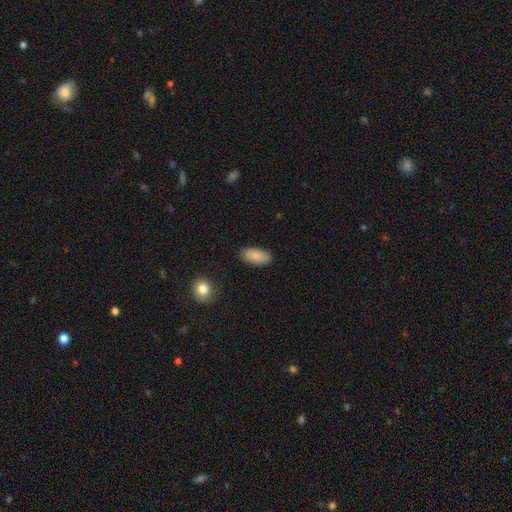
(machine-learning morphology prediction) A smooth galaxy with no disk features (86%) that is in between round and cigar-shaped (92%).

Vote fractions:
- Smooth or featured? smooth: 86% / featured or disk: 7% / star or artifact: 7%
- How rounded? in between: 92% / cigar-shaped: 5% / round: 3%
- Merging? none: 83% / minor disturbance: 13% / major disturbance: 3% / merger: 1%